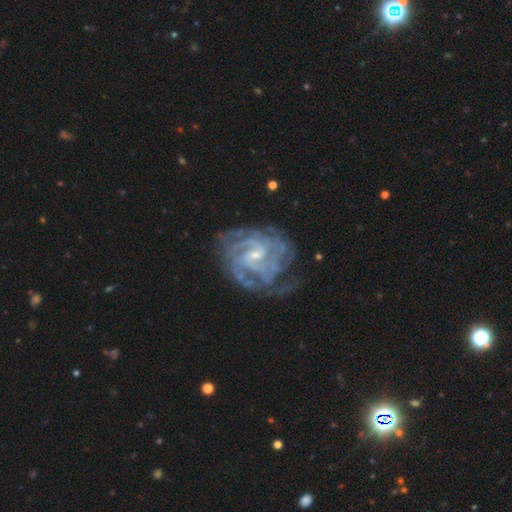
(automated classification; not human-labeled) This is clearly a featured or disk galaxy (89%). It is clearly not viewed edge-on (98%). Bar: possibly weak (55%). Spiral arm pattern: clearly yes (96%). Spiral arm count: marginally can't tell (31%). Spiral winding: likely tight (61%). Central bulge: likely small (65%). Merging: likely none (64%).